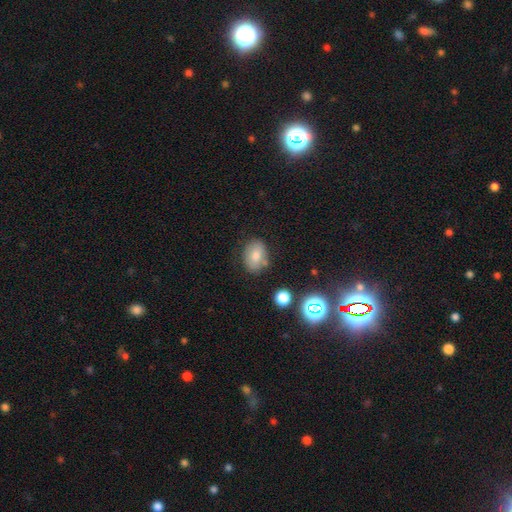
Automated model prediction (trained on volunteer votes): This appears to be a smooth galaxy with no disk features (76%) that is in between round and cigar-shaped (74%). Merging: none (72%).